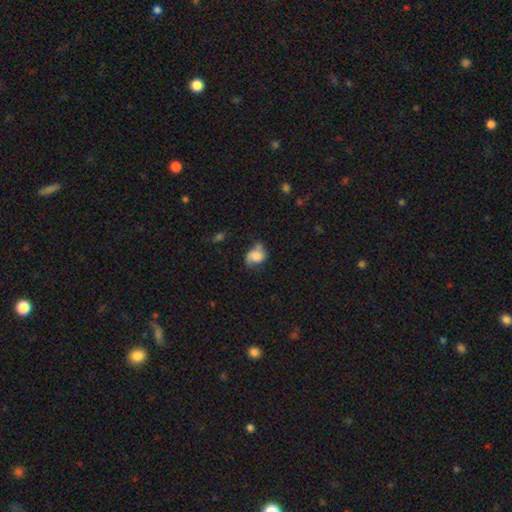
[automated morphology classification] A smooth galaxy with no disk features (72%) that is in between round and cigar-shaped (53%).

Vote fractions:
- Smooth or featured? smooth: 72% / featured or disk: 18% / star or artifact: 9%
- How rounded? in between: 53% / round: 46% / cigar-shaped: 1%
- Merging? none: 42% / minor disturbance: 35% / major disturbance: 15% / merger: 8%